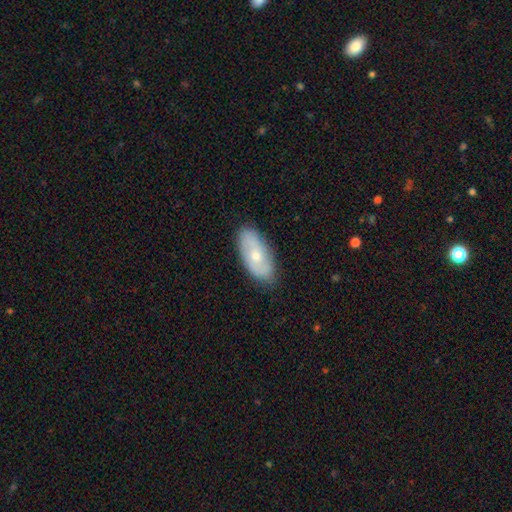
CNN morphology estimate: This is possibly a smooth galaxy (52%). How rounded: clearly in between (89%). Merging: clearly none (82%).